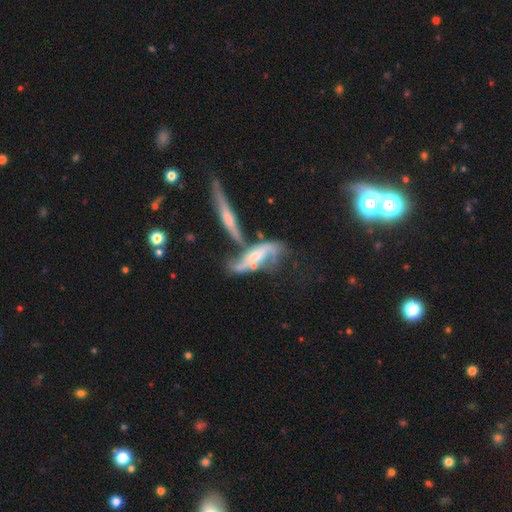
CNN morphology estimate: Smooth or featured: featured or disk — 70% (smooth — 23%)
Edge-on disk: no — 72% (yes — 28%)
Bar: no — 55% (weak — 30%)
Spiral arms: yes — 73% (no — 27%)
Bulge size: moderate — 44% (small — 43%)
Merging: merger — 50% (none — 22%)